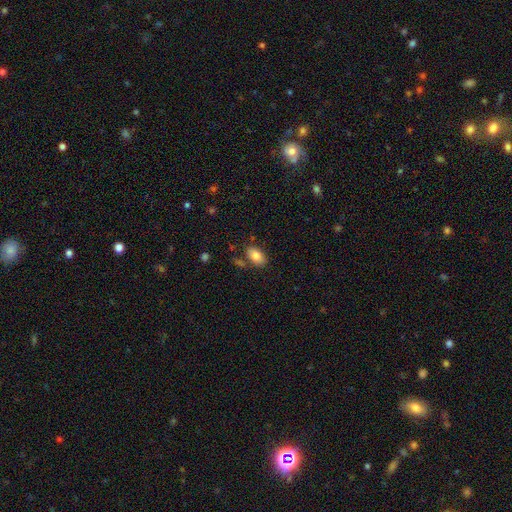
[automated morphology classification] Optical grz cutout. It shows a smooth galaxy with no disk features (83%) that is in between round and cigar-shaped (92%). Merging: none (76%).